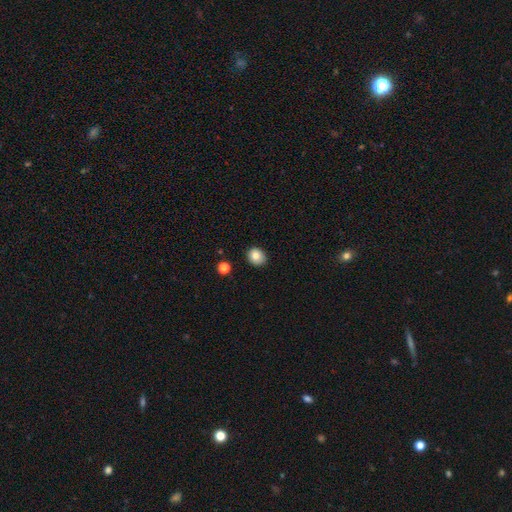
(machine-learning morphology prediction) Smooth or featured? Predicted: smooth (p=0.82). How rounded? Predicted: round (p=0.73). Merging? Predicted: none (p=0.85).